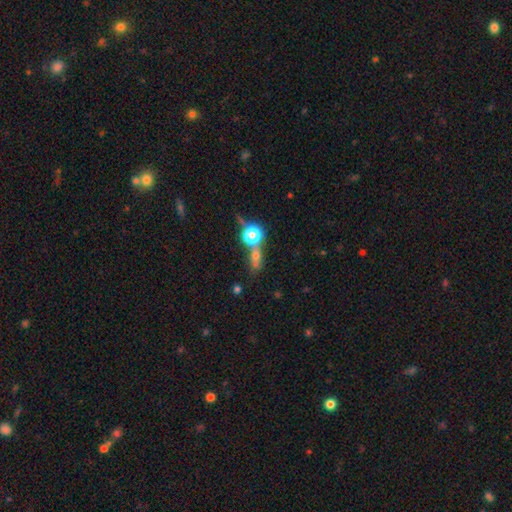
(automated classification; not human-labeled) Smooth or featured?
  - smooth: 53% *
  - star or artifact: 25%
  - featured or disk: 22%
How rounded?
  - round: 48% *
  - in between: 37%
  - cigar-shaped: 16%
Merging?
  - merger: 39% *
  - none: 38%
  - major disturbance: 11%
  - minor disturbance: 11%